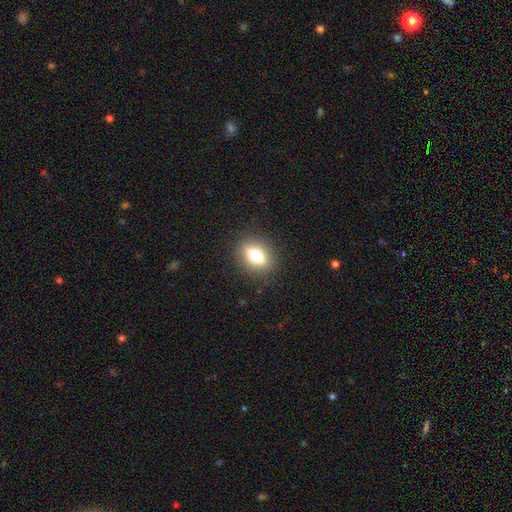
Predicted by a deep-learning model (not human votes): smooth 68%, featured or disk 22%, star or artifact 9%. Down the decision tree: how rounded — in between (67%); merging — none (88%).